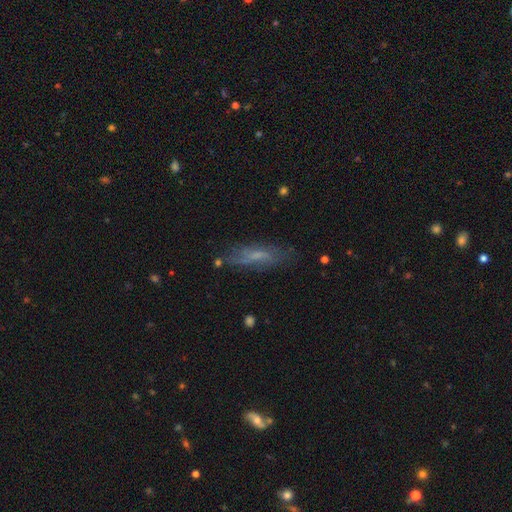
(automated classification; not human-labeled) smooth_or_featured: smooth (p=0.49) [alt: featured or disk p=0.41]
merging: none (p=0.69) [alt: minor disturbance p=0.20]